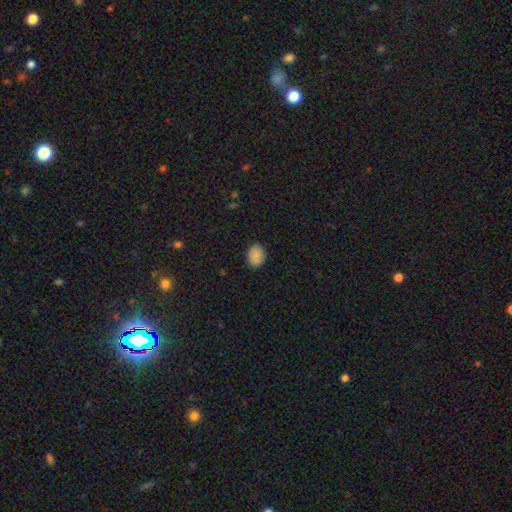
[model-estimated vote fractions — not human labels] A smooth galaxy with no disk features (87%) that is in between round and cigar-shaped (52%). Merging: none (87%).